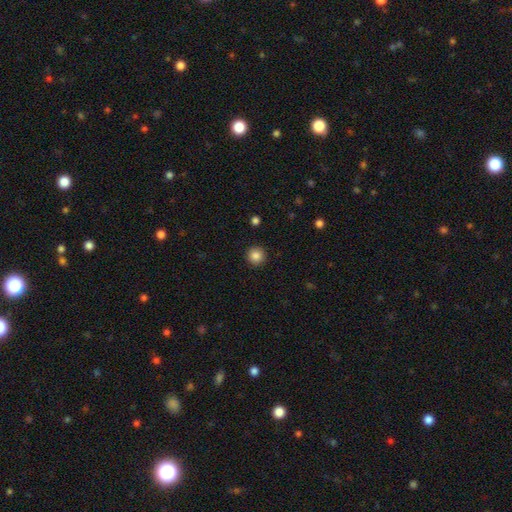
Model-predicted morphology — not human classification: Overall: smooth (86%). How rounded: round (96%). Merging: none (93%).